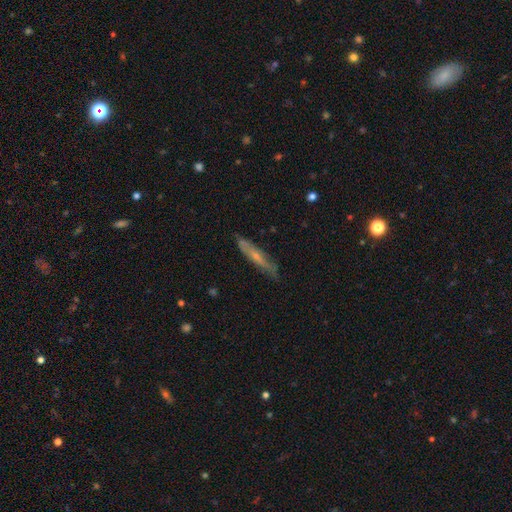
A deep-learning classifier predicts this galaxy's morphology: Smooth or featured: featured or disk — 50% (smooth — 43%)
Edge-on disk: yes — 73% (no — 27%)
Merging: none — 76% (minor disturbance — 19%)